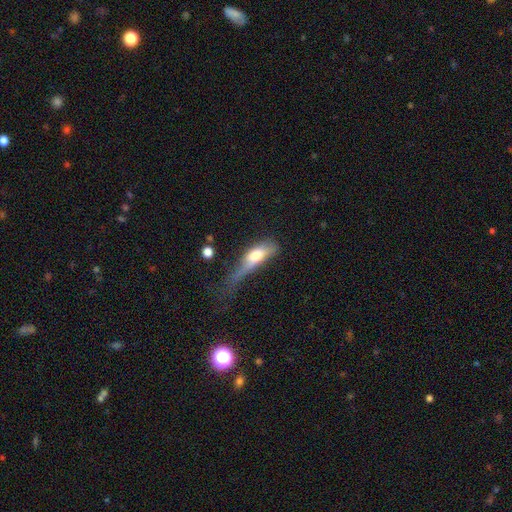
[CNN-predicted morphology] This appears to be a smooth galaxy with no disk features (65%) that is in between round and cigar-shaped (59%). Merging: major disturbance (46%).